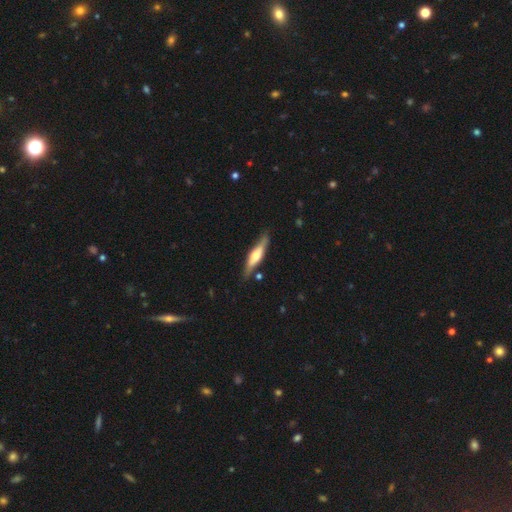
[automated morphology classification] Smooth or featured? Predicted: featured or disk (p=0.57). Edge-on disk? Predicted: yes (p=0.91). Edge-on bulge? Predicted: rounded (p=0.84). Merging? Predicted: none (p=0.81).